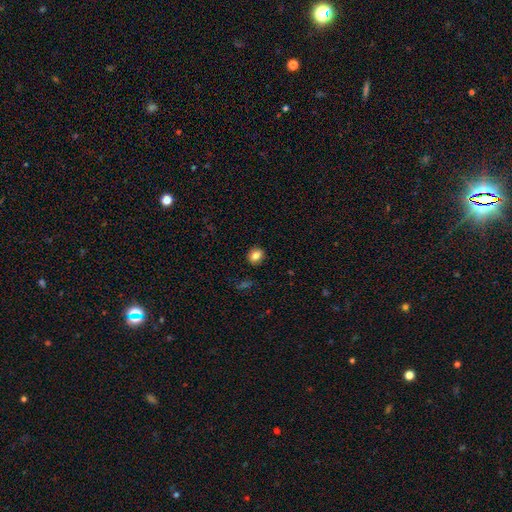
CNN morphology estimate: Smooth or featured?
  - smooth: 82% *
  - star or artifact: 10%
  - featured or disk: 7%
How rounded?
  - round: 59% *
  - in between: 40%
  - cigar-shaped: 1%
Merging?
  - none: 89% *
  - minor disturbance: 8%
  - major disturbance: 2%
  - merger: 1%